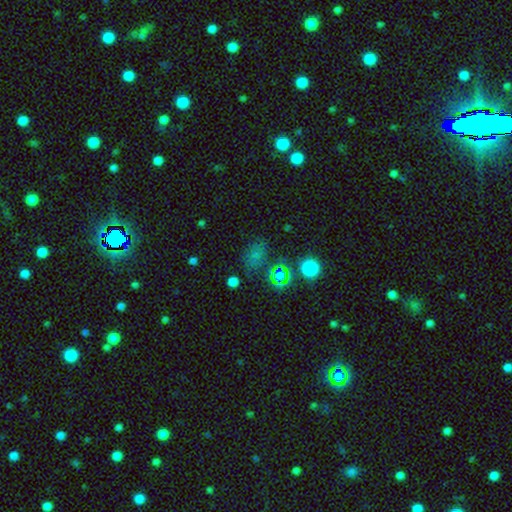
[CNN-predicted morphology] This appears to be a smooth galaxy with no disk features (52%) that is in between round and cigar-shaped (56%). Merging: none (67%).